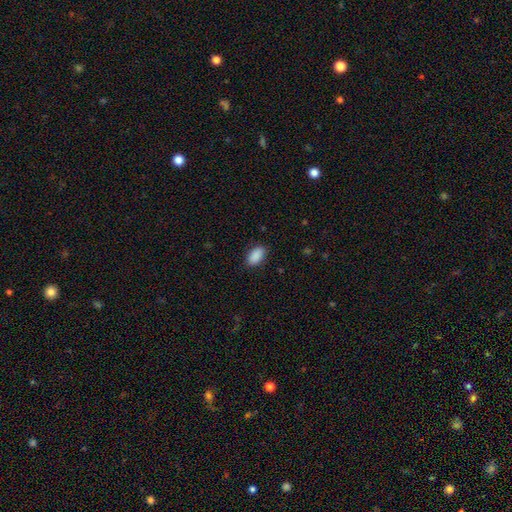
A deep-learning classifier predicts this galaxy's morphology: Smooth or featured: smooth — 91% (star or artifact — 7%)
How rounded: in between — 94% (round — 4%)
Merging: none — 88% (minor disturbance — 9%)